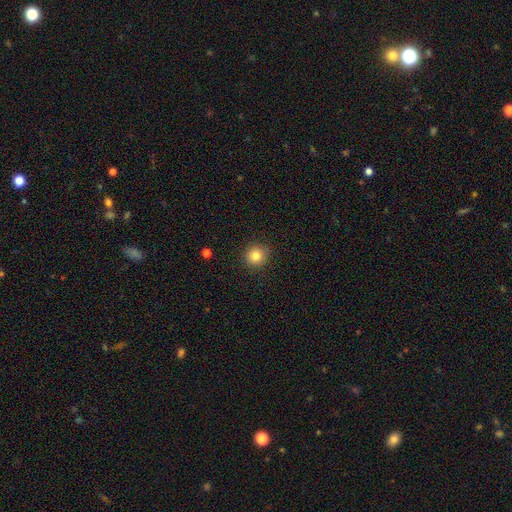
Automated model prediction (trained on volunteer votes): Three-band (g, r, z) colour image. It shows a smooth galaxy with no disk features (82%) that is round (92%). Merging: none (90%).